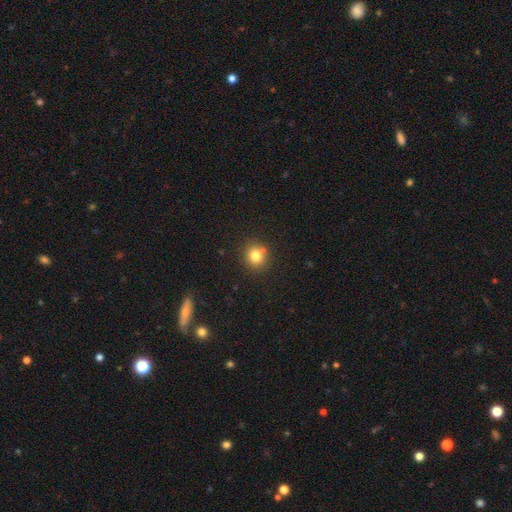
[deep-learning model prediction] Smooth or featured?
  - smooth: 79% *
  - star or artifact: 12%
  - featured or disk: 8%
How rounded?
  - round: 85% *
  - in between: 14%
  - cigar-shaped: 1%
Merging?
  - none: 76% *
  - merger: 12%
  - minor disturbance: 10%
  - major disturbance: 3%